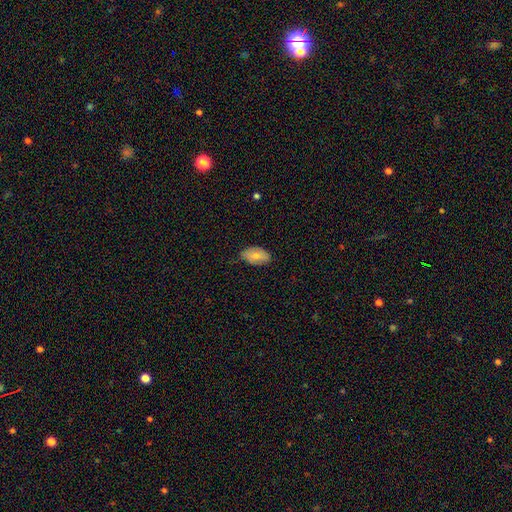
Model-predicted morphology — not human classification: type=smooth (72%); roundness=in between (93%); merging=none (71%).